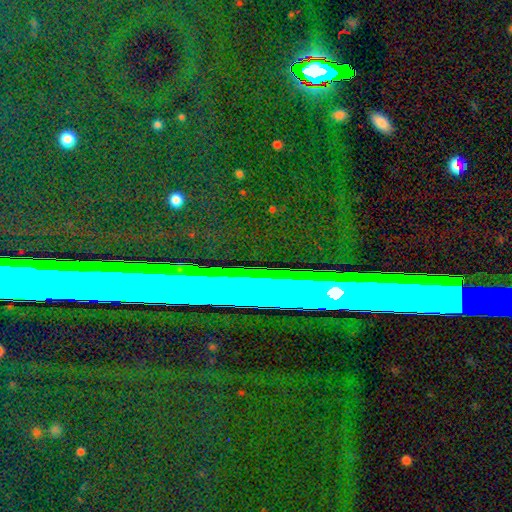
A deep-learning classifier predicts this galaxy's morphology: This appears to be a star or artifact, not a galaxy (74%).